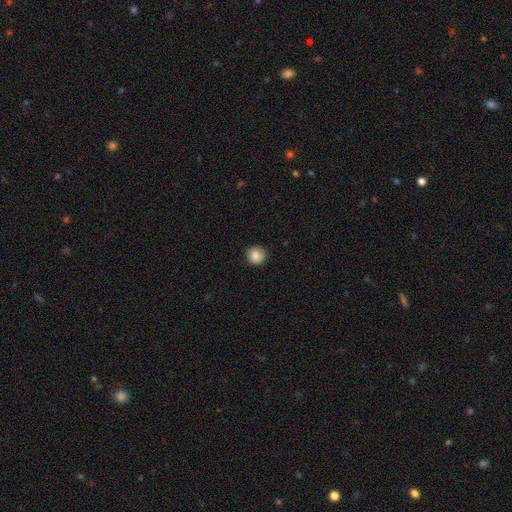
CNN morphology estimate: smooth-or-featured: smooth: 85% | star or artifact: 8% | featured or disk: 7%
  how-rounded: round: 91% | in between: 8% | cigar-shaped: 1%
  merging: none: 86% | minor disturbance: 11% | major disturbance: 2% | merger: 1%